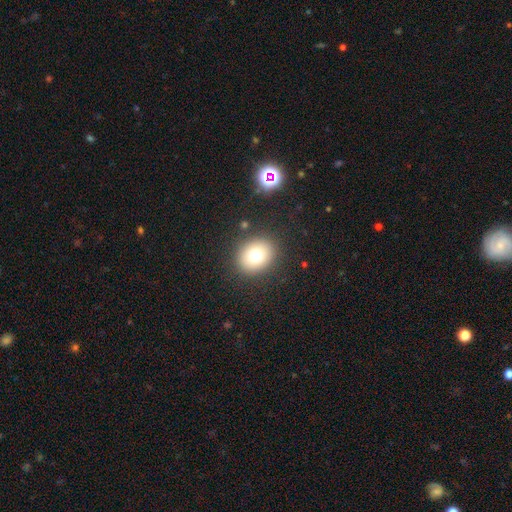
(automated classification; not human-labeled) Smooth or featured?
  - smooth: 74% *
  - star or artifact: 13%
  - featured or disk: 13%
How rounded?
  - round: 67% *
  - in between: 32%
  - cigar-shaped: 1%
Merging?
  - none: 87% *
  - minor disturbance: 8%
  - major disturbance: 3%
  - merger: 2%